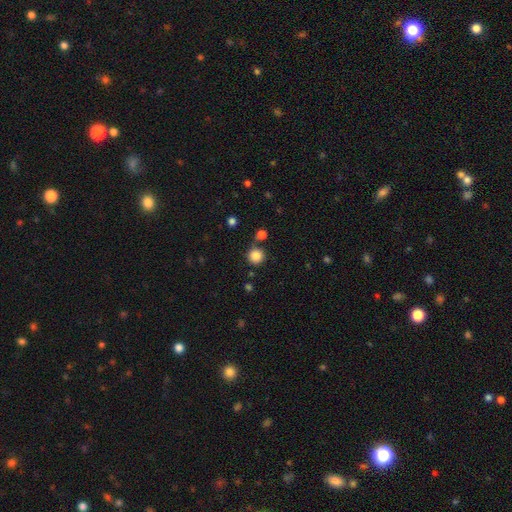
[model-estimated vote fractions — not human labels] A smooth galaxy with no disk features (85%) that is round (94%).

Vote fractions:
- Smooth or featured? smooth: 85% / star or artifact: 11% / featured or disk: 4%
- How rounded? round: 94% / in between: 5% / cigar-shaped: 1%
- Merging? none: 78% / merger: 10% / minor disturbance: 9% / major disturbance: 3%